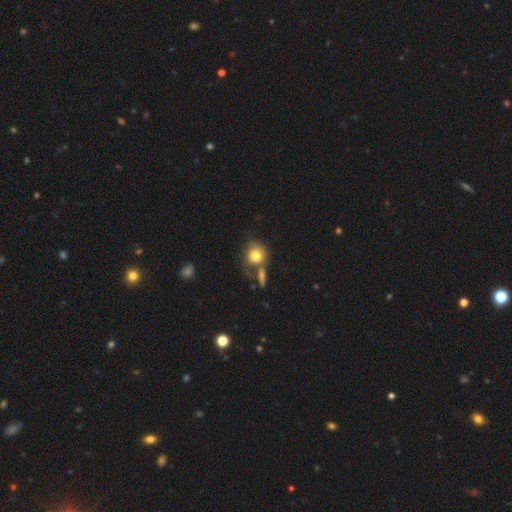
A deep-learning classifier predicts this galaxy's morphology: smooth 80%, featured or disk 11%, star or artifact 9%. Down the decision tree: how rounded — round (81%); merging — none (49%).